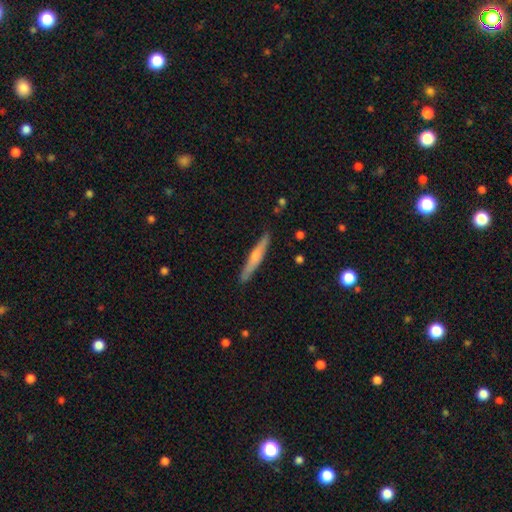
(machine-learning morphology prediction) Smooth or featured?
  - smooth: 47% * (tied)
  - featured or disk: 47% * (tied)
  - star or artifact: 6%
Merging?
  - none: 88% *
  - minor disturbance: 9%
  - major disturbance: 2%
  - merger: 1%